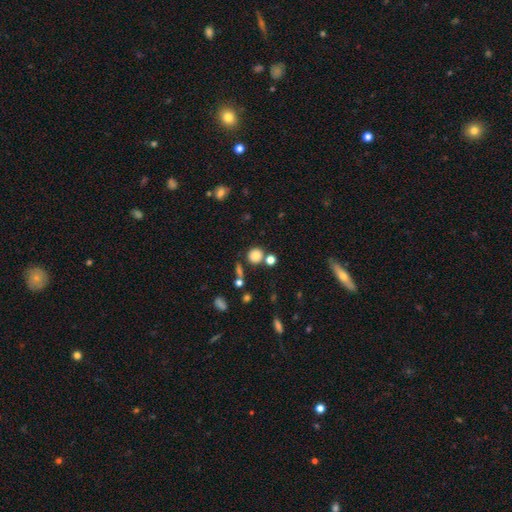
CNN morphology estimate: smooth 81%, star or artifact 13%, featured or disk 6%. Down the decision tree: how rounded — round (89%); merging — none (72%).